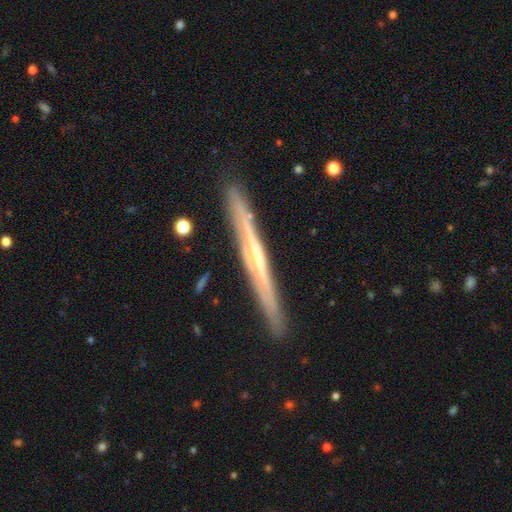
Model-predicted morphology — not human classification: Smooth or featured? Predicted: featured or disk (p=0.72). Edge-on disk? Predicted: yes (p=0.96). Edge-on bulge? Predicted: none (p=0.60). Merging? Predicted: none (p=0.89).